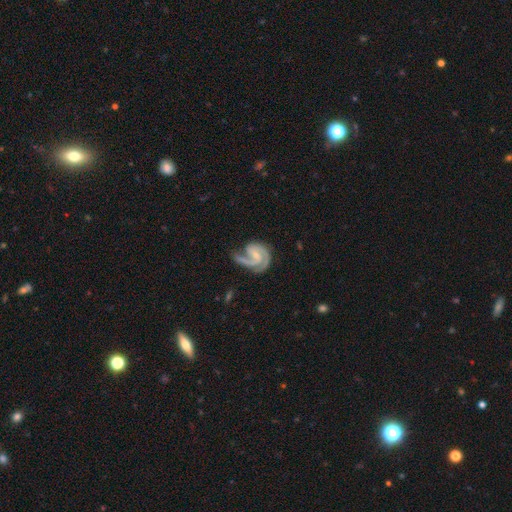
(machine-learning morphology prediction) smooth_or_featured: featured or disk (p=0.90) [alt: smooth p=0.06]
disk_edge_on: no (p=0.98) [alt: yes p=0.02]
bar: weak (p=0.44) [alt: no p=0.39]
has_spiral_arms: yes (p=0.98) [alt: no p=0.02]
spiral_winding: medium (p=0.48) [alt: tight p=0.40]
spiral_arm_count: 2 (p=0.56) [alt: 3 p=0.25]
bulge_size: small (p=0.65) [alt: moderate p=0.23]
merging: none (p=0.52) [alt: minor disturbance p=0.24]